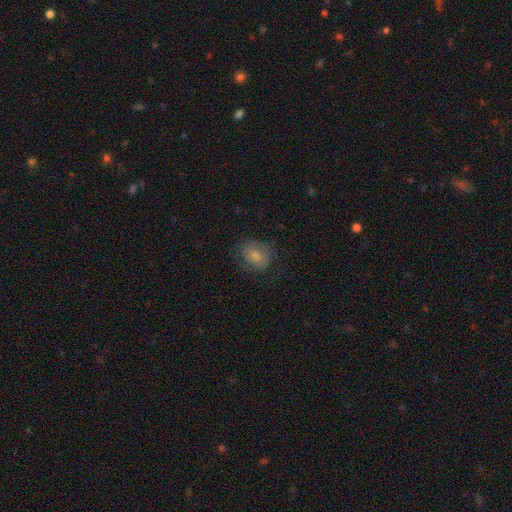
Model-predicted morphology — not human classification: This appears to be a smooth galaxy with no disk features (76%) that is round (61%). Merging: none (70%).